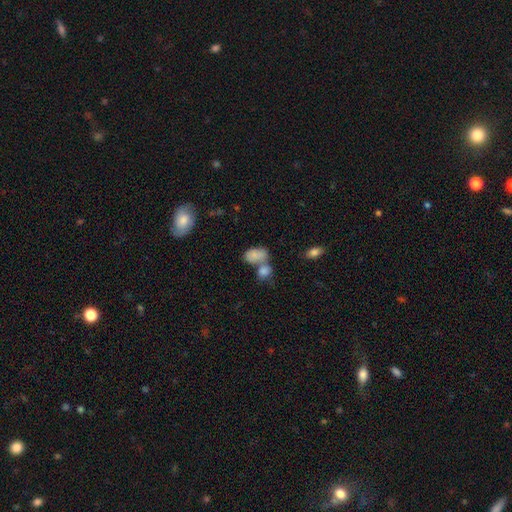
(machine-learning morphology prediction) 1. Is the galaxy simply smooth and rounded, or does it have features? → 80% smooth, 12% featured or disk, 9% star or artifact.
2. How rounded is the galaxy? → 86% in between, 12% round, 2% cigar-shaped.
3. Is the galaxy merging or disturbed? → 49% merger, 31% none, 13% minor disturbance, 6% major disturbance.